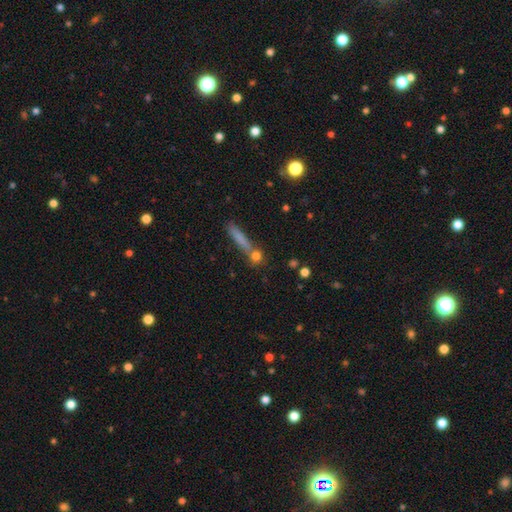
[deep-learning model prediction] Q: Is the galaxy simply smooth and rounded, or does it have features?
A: smooth — 74%.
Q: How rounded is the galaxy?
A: round — 58%.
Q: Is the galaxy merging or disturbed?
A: none — 68%.